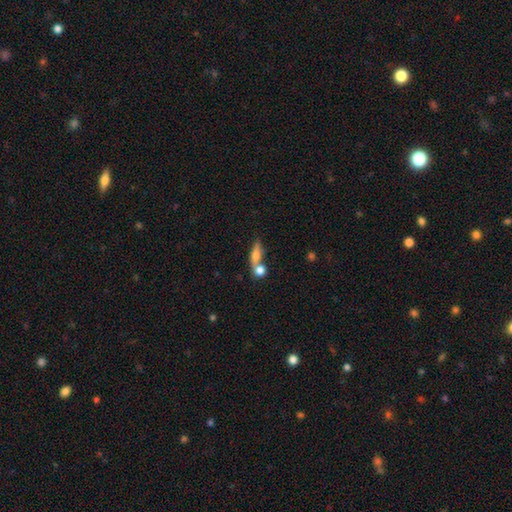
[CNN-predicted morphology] The model was most divided on "how rounded": cigar-shaped: 47%, in between: 38%, round: 15%. Remaining: smooth or featured — smooth (63%); merging — none (46%).